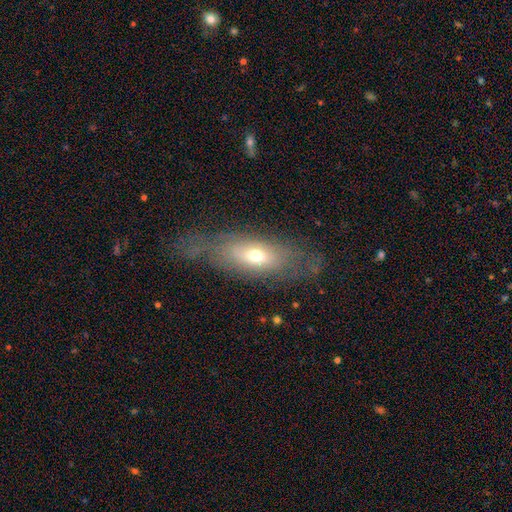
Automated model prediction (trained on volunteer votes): A smooth galaxy with no disk features (53%) that is in between round and cigar-shaped (70%). Merging: none (51%).